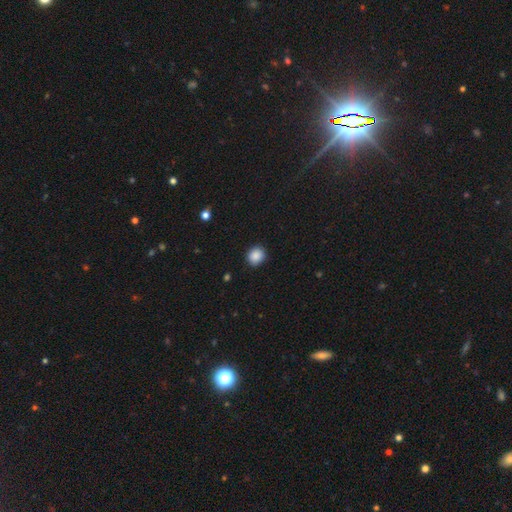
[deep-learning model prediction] This appears to be a smooth galaxy with no disk features (88%) that is round (82%). Merging: none (90%).